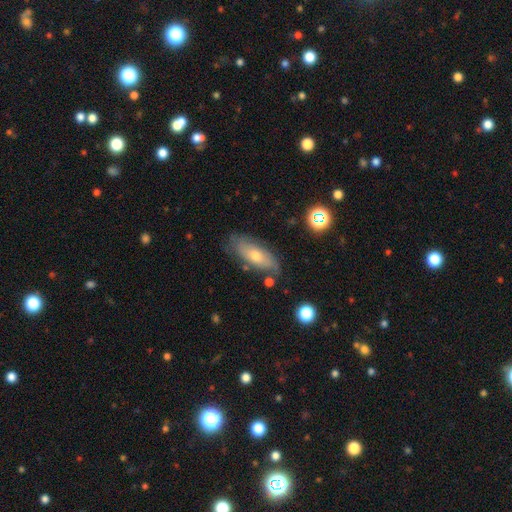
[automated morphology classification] Smooth or featured?
  - smooth: 51% *
  - featured or disk: 40%
  - star or artifact: 9%
How rounded?
  - in between: 74% *
  - cigar-shaped: 23%
  - round: 3%
Merging?
  - none: 73% *
  - minor disturbance: 19%
  - major disturbance: 5%
  - merger: 3%